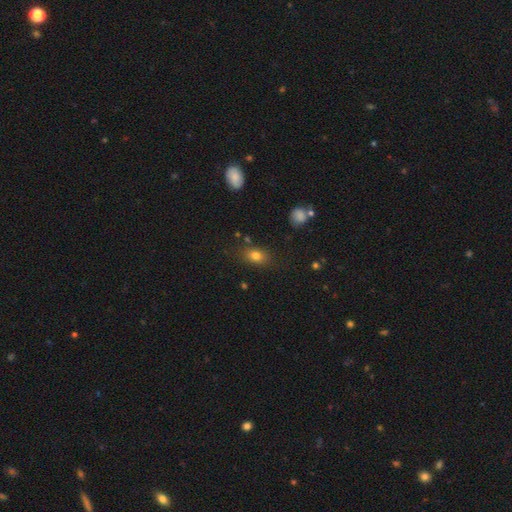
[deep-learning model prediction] Morphology: type=smooth (78%); roundness=in between (71%); merging=none (79%).